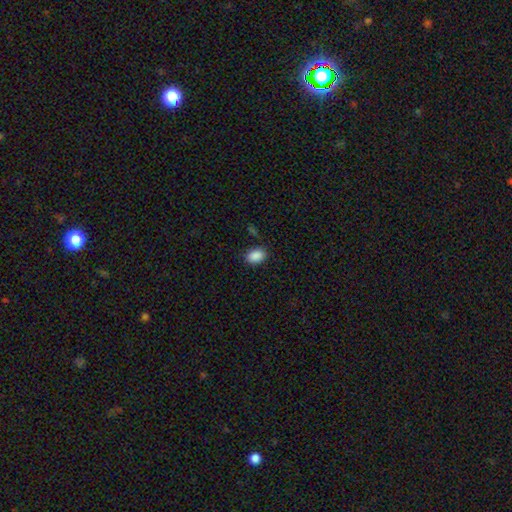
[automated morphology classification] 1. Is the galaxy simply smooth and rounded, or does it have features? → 89% smooth, 8% star or artifact, 3% featured or disk.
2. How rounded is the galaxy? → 82% in between, 17% round, 1% cigar-shaped.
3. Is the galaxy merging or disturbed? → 83% none, 12% minor disturbance, 3% major disturbance, 2% merger.